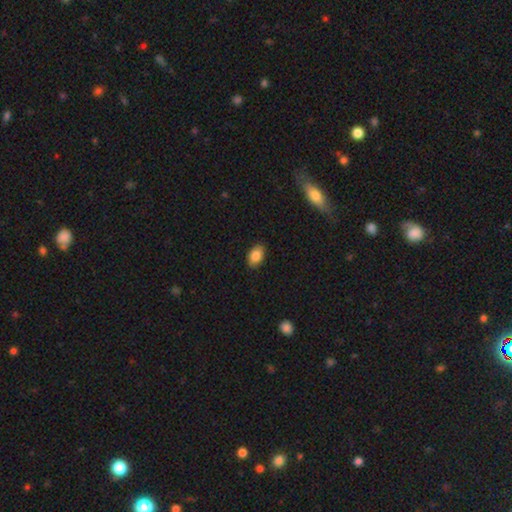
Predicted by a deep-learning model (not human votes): Q: Smooth or featured?
A: smooth (86%); runner-up: star or artifact (8%)
Q: How rounded?
A: in between (88%); runner-up: round (10%)
Q: Merging?
A: none (87%); runner-up: minor disturbance (10%)